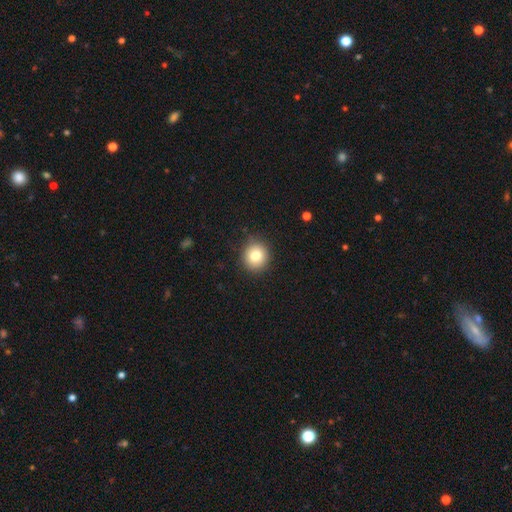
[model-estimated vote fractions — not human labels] Smooth or featured?
  - smooth: 81% *
  - star or artifact: 10%
  - featured or disk: 9%
How rounded?
  - round: 88% *
  - in between: 11%
  - cigar-shaped: 1%
Merging?
  - none: 87% *
  - minor disturbance: 10%
  - major disturbance: 2%
  - merger: 1%